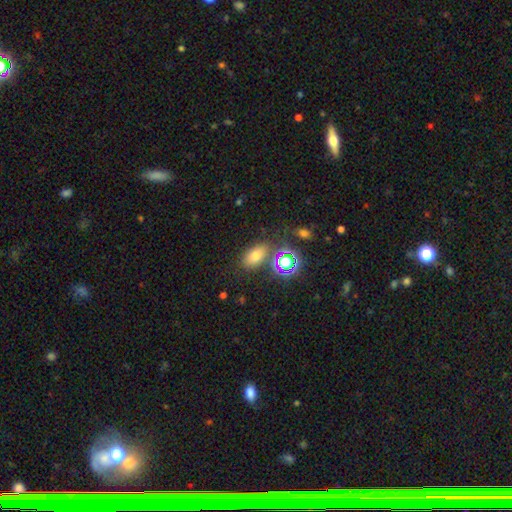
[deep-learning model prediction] The model was most divided on "smooth or featured": smooth: 64%, star or artifact: 26%, featured or disk: 10%. More confident: how rounded — in between (80%); merging — none (74%).